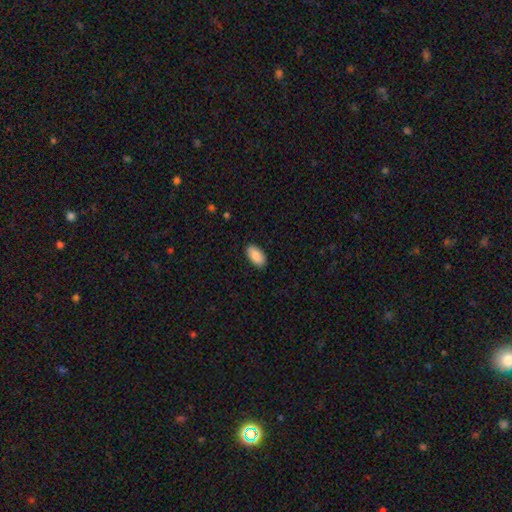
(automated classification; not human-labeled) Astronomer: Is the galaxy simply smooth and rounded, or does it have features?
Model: smooth — 89%.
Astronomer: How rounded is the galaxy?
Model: in between — 95%.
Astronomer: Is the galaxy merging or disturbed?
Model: none — 89%.